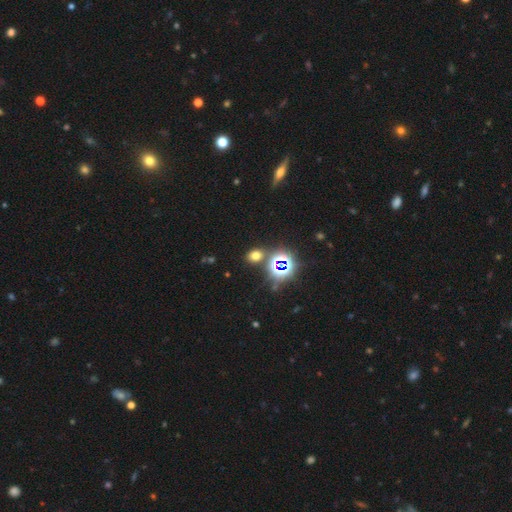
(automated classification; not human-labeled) Smooth or featured: smooth — 58% (star or artifact — 35%)
How rounded: in between — 56% (round — 42%)
Merging: none — 80% (minor disturbance — 9%)